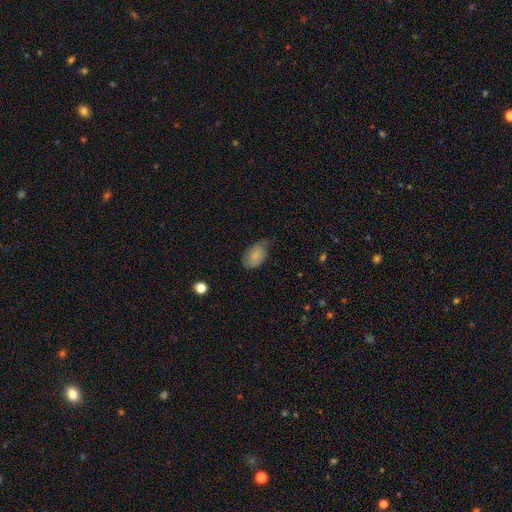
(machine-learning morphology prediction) smooth_or_featured: smooth (p=0.79) [alt: featured or disk p=0.14]
how_rounded: in between (p=0.89) [alt: round p=0.09]
merging: none (p=0.53) [alt: minor disturbance p=0.36]